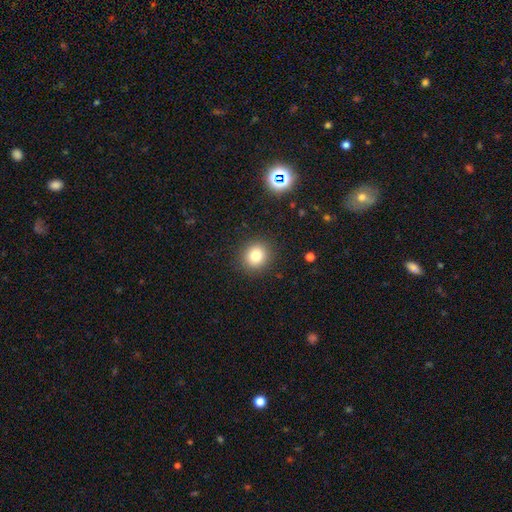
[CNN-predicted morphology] This is clearly a smooth galaxy (81%). How rounded: clearly round (85%). Merging: clearly none (90%).